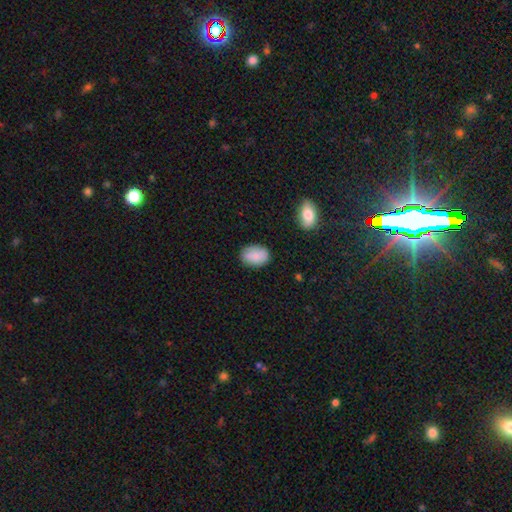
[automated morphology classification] smooth_or_featured: smooth (p=0.87) [alt: star or artifact p=0.07]
how_rounded: in between (p=0.83) [alt: round p=0.16]
merging: none (p=0.82) [alt: minor disturbance p=0.14]